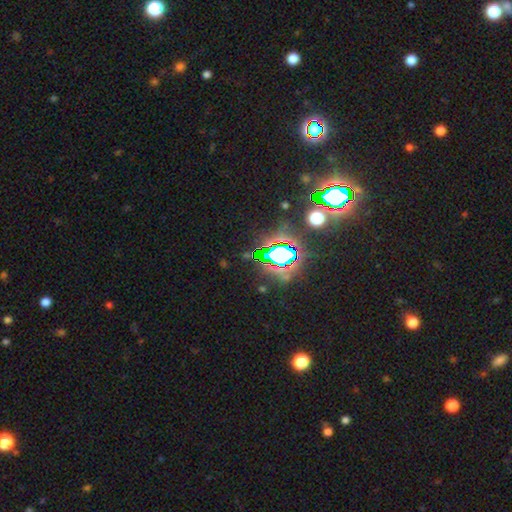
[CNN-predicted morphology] smooth_or_featured: star or artifact (p=0.79) [alt: smooth p=0.12]